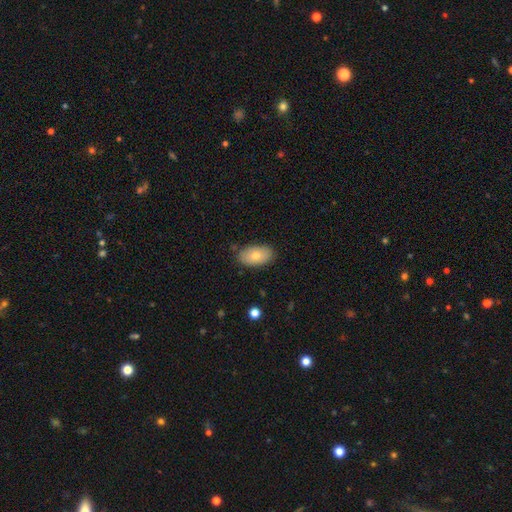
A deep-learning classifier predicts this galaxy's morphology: Smooth or featured? smooth (72%)
How rounded? in between (92%)
Merging? none (83%)